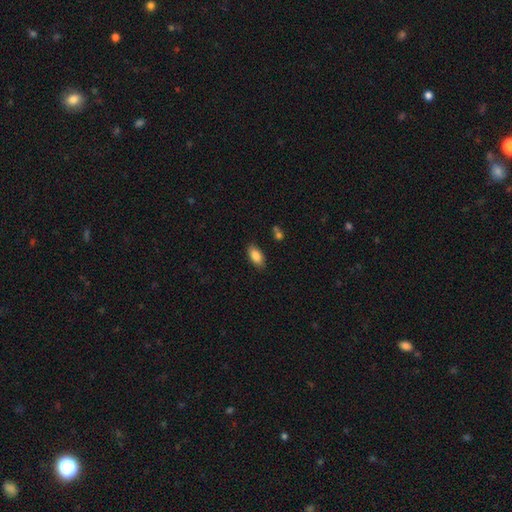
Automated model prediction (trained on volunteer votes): This appears to be a smooth galaxy with no disk features (85%) that is in between round and cigar-shaped (91%). Merging: none (85%).